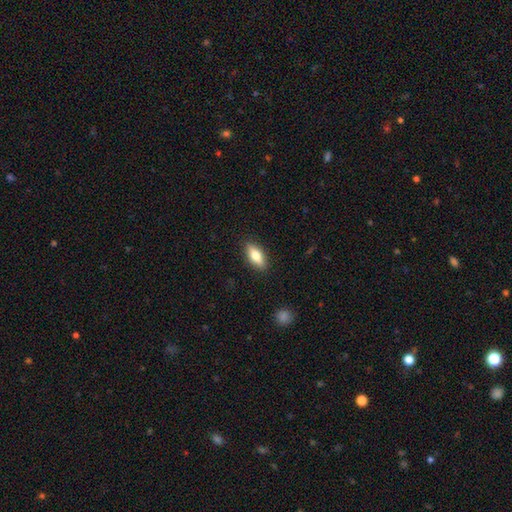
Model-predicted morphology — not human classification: The model was most divided on "smooth or featured": smooth: 67%, featured or disk: 26%, star or artifact: 7%. More confident: merging — none (88%); how rounded — in between (69%).